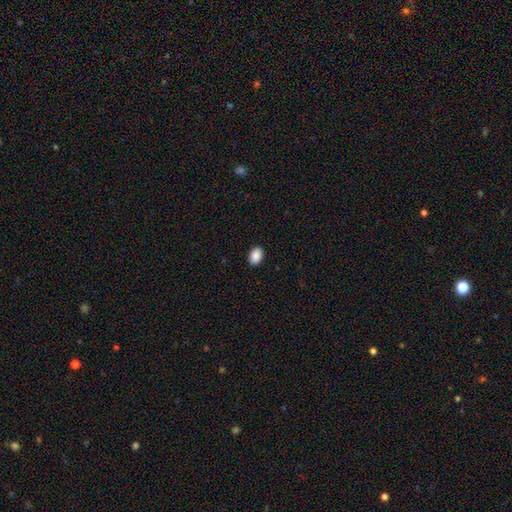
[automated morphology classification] smooth 90%, star or artifact 7%, featured or disk 3%. Down the decision tree: how rounded — in between (85%); merging — none (91%).